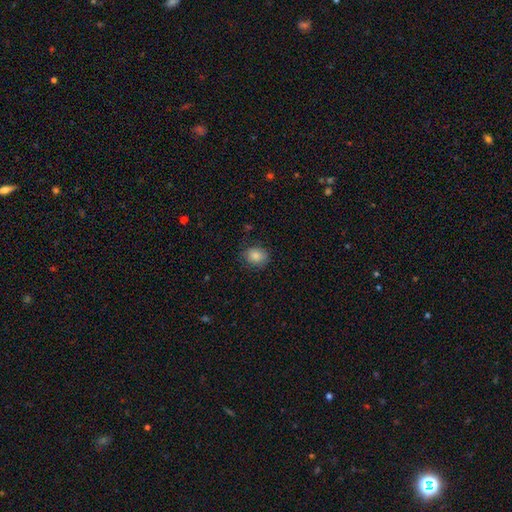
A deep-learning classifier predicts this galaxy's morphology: smooth_or_featured: smooth (p=0.85) [alt: star or artifact p=0.09]
how_rounded: round (p=0.60) [alt: in between p=0.40]
merging: none (p=0.78) [alt: minor disturbance p=0.17]